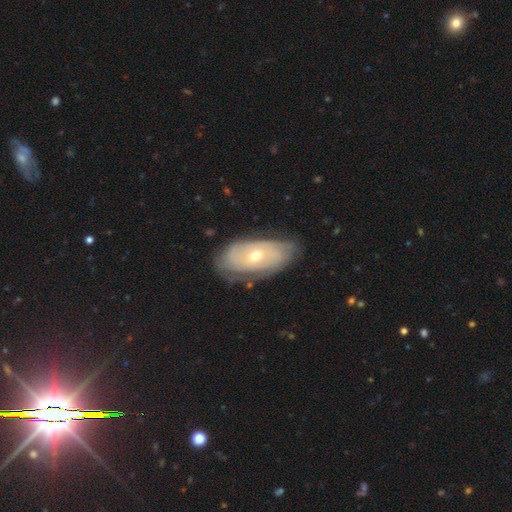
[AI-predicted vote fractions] Smooth or featured?
  - featured or disk: 67% *
  - smooth: 26%
  - star or artifact: 6%
Edge-on disk?
  - no: 91% *
  - yes: 9%
Bar?
  - no: 78% *
  - weak: 18%
  - strong: 4%
Spiral arms?
  - yes: 74% *
  - no: 26%
Bulge size?
  - moderate: 56% *
  - small: 40%
  - large: 2%
  - none: 1%
  - dominant: 1%
Merging?
  - none: 69% *
  - minor disturbance: 23%
  - major disturbance: 6%
  - merger: 2%